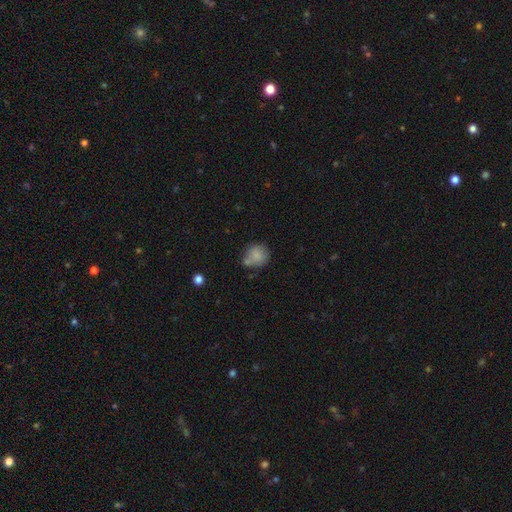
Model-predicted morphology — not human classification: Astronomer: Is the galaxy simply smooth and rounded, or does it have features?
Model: smooth — 81%.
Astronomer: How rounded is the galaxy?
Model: round — 77%.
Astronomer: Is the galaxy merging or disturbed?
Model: none — 52%.